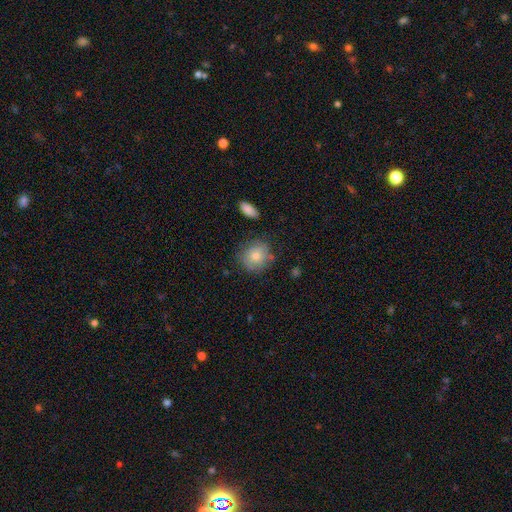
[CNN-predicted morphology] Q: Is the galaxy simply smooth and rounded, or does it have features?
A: smooth — 77%.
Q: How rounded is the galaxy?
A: round — 83%.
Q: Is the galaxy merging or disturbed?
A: none — 76%.